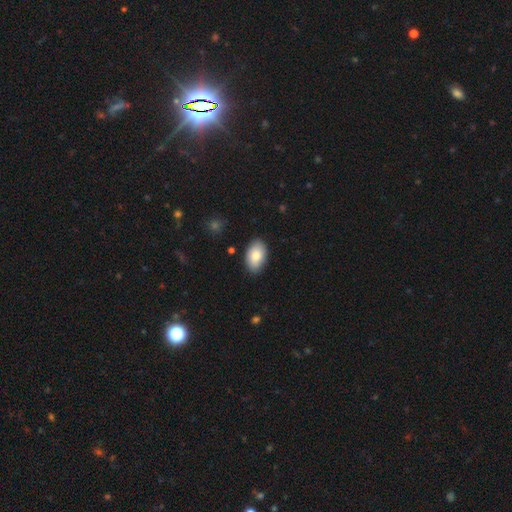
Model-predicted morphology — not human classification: Smooth or featured: smooth — 81% (featured or disk — 12%)
How rounded: in between — 93% (round — 6%)
Merging: none — 86% (minor disturbance — 11%)